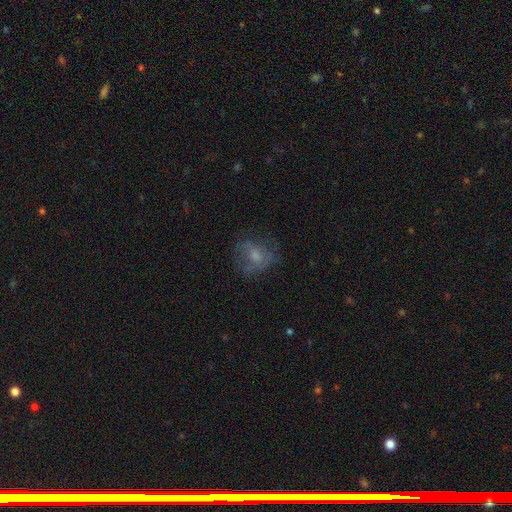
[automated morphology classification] smooth 50%, featured or disk 38%, star or artifact 12%. Down the decision tree: merging — none (55%).